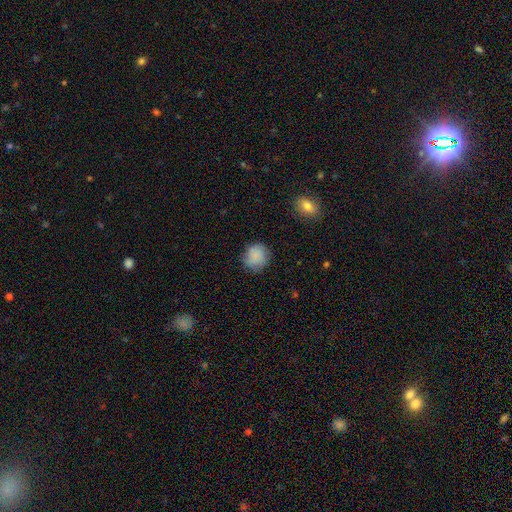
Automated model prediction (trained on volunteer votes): smooth 86%, star or artifact 8%, featured or disk 6%. Down the decision tree: how rounded — round (85%); merging — none (77%).